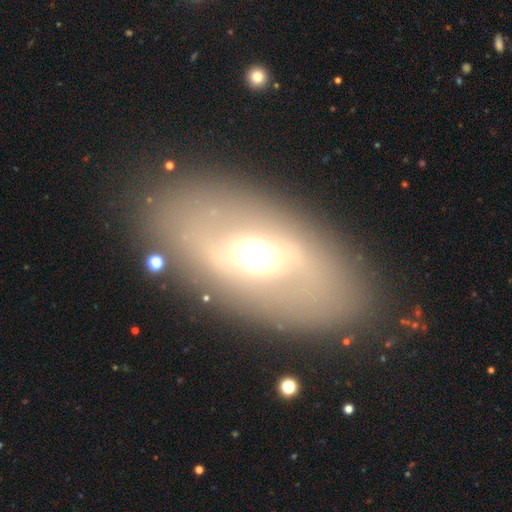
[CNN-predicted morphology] Q: Smooth or featured?
A: featured or disk (49%); runner-up: smooth (40%)
Q: Merging?
A: none (83%); runner-up: minor disturbance (10%)